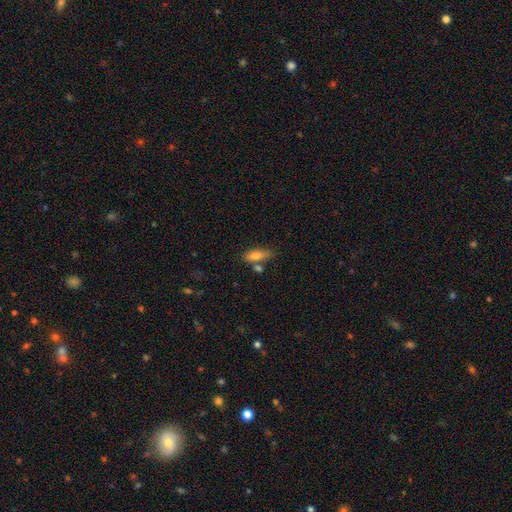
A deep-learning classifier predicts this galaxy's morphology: This appears to be a smooth galaxy with no disk features (77%) that is in between round and cigar-shaped (67%). Merging: none (63%).